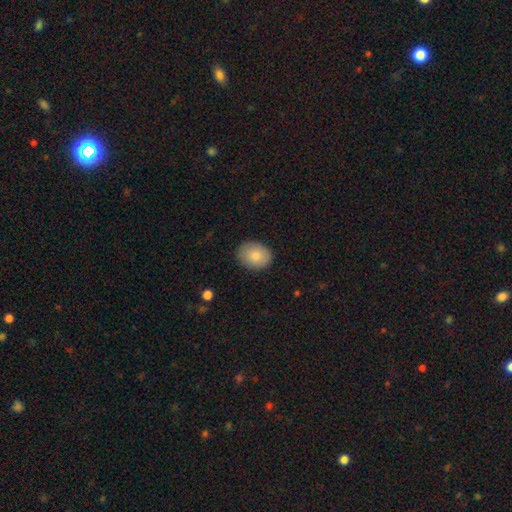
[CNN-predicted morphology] A smooth galaxy with no disk features (84%) that is in between round and cigar-shaped (61%). Merging: none (86%).